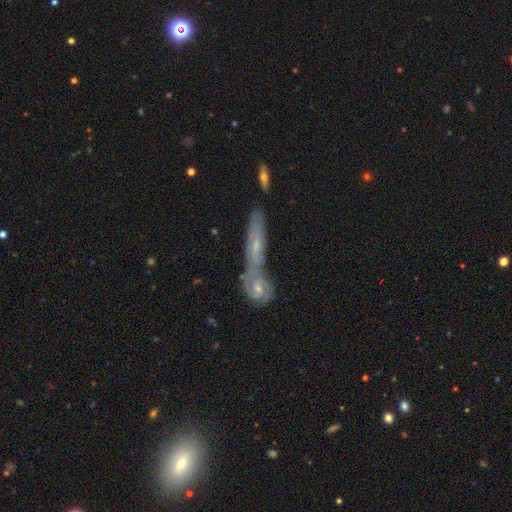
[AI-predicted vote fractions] This is possibly a featured or disk galaxy (46%). Merging: marginally merger (43%).